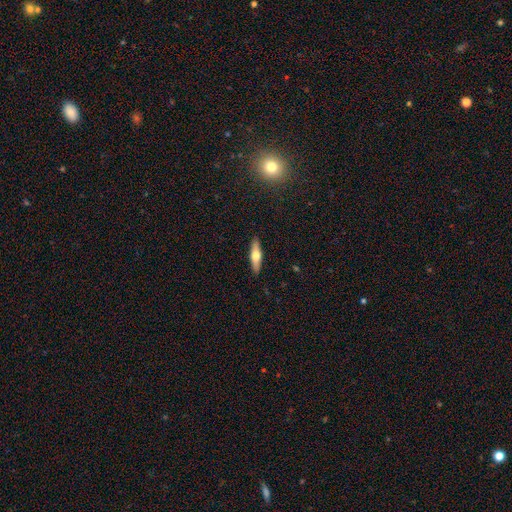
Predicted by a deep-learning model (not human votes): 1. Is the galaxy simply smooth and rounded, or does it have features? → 51% smooth, 43% featured or disk, 6% star or artifact.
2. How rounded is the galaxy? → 67% cigar-shaped, 31% in between, 2% round.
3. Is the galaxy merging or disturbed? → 90% none, 7% minor disturbance, 2% major disturbance, 1% merger.